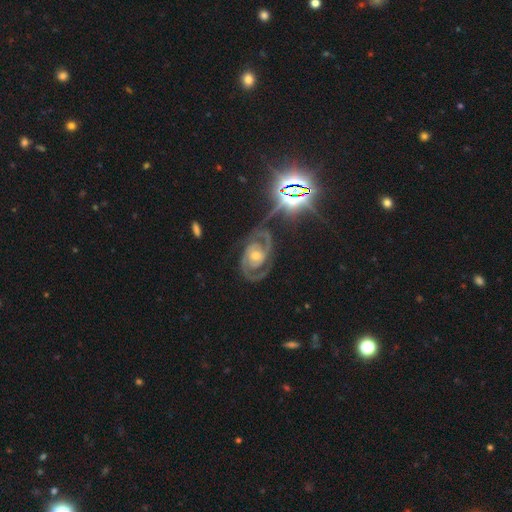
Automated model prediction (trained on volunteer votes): Smooth or featured: featured or disk — 84% (star or artifact — 11%)
Edge-on disk: no — 97% (yes — 3%)
Bar: no — 60% (weak — 29%)
Spiral arms: yes — 97% (no — 3%)
Spiral winding: tight — 54% (medium — 39%)
Spiral arm count: 2 — 84% (can't tell — 6%)
Bulge size: moderate — 56% (small — 37%)
Merging: none — 72% (minor disturbance — 17%)